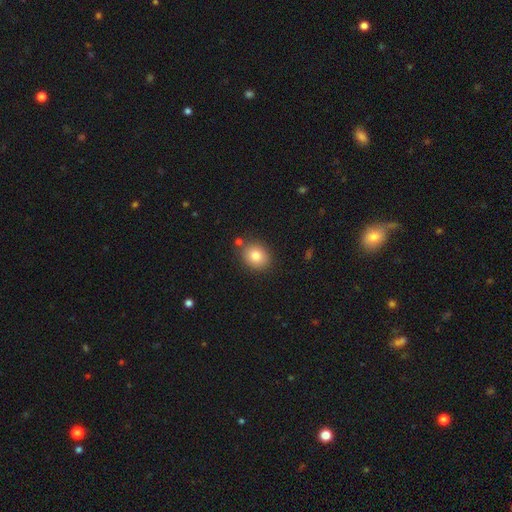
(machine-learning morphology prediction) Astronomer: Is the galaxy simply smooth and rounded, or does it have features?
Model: smooth — 81%.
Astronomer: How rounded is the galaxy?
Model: round — 58% (runner-up: in between, 41%).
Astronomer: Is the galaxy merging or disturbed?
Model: none — 81%.